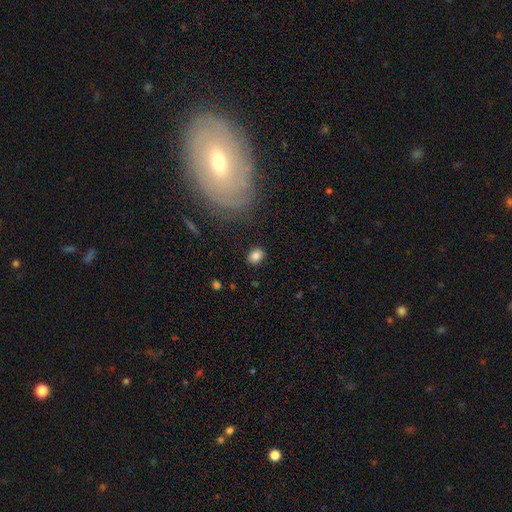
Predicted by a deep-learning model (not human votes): Overall: smooth (84%). How rounded: in between (64%; round 35%). Merging: none (87%).